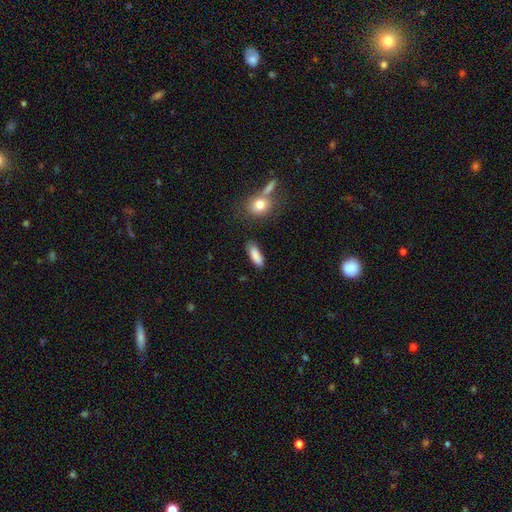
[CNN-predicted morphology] This appears to be a smooth galaxy with no disk features (87%) that is in between round and cigar-shaped (63%). Merging: none (81%).